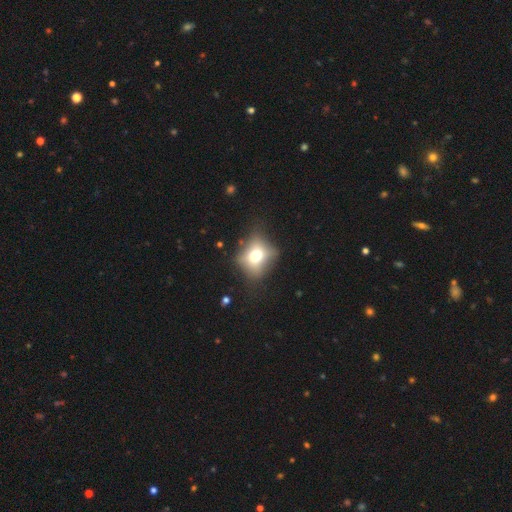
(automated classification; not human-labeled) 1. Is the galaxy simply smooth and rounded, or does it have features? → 61% smooth, 25% featured or disk, 13% star or artifact.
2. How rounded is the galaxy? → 57% round, 41% in between, 2% cigar-shaped.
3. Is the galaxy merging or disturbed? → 60% none, 24% minor disturbance, 14% major disturbance, 3% merger.